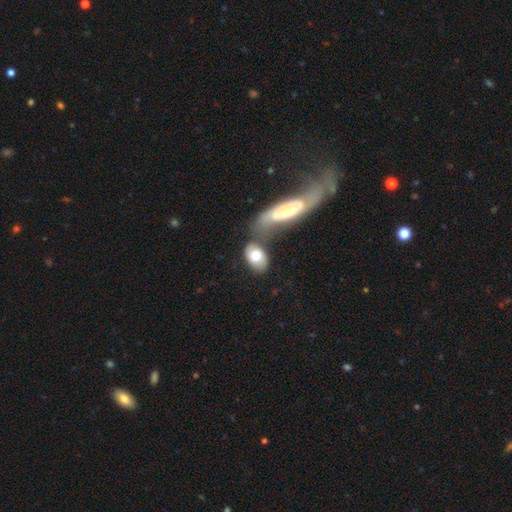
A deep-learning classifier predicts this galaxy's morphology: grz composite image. It shows a smooth galaxy with no disk features (72%) that is in between round and cigar-shaped (86%). Merging: none (45%).